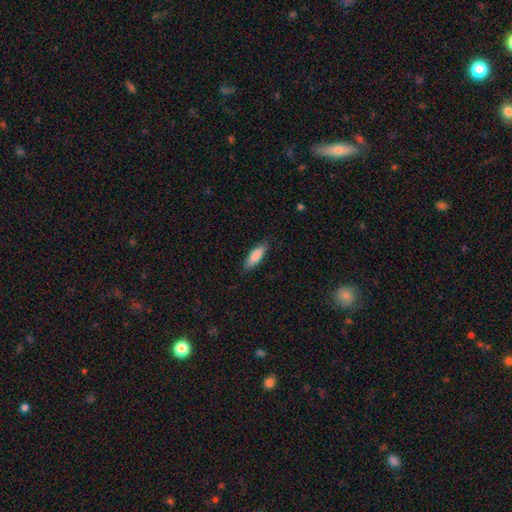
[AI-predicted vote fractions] Morphology: type=smooth (85%); roundness=in between (53%); merging=none (83%).